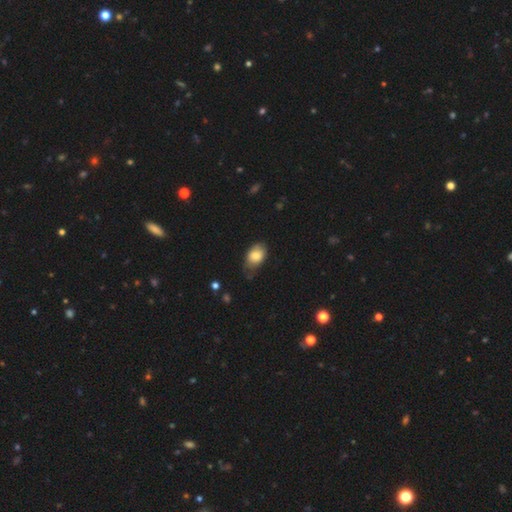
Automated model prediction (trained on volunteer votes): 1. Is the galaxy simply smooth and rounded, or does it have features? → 80% smooth, 13% featured or disk, 7% star or artifact.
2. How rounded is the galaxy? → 83% in between, 16% round, 1% cigar-shaped.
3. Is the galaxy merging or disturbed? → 57% none, 33% minor disturbance, 8% major disturbance, 2% merger.